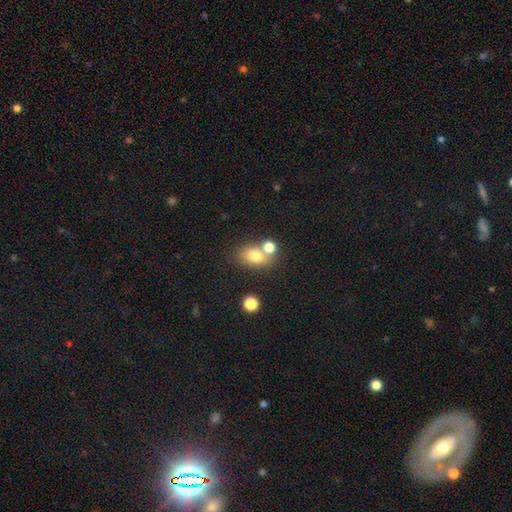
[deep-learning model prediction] smooth-or-featured: smooth: 76% | featured or disk: 12% | star or artifact: 12%
  how-rounded: in between: 65% | round: 34% | cigar-shaped: 2%
  merging: none: 52% | merger: 33% | minor disturbance: 11% | major disturbance: 4%